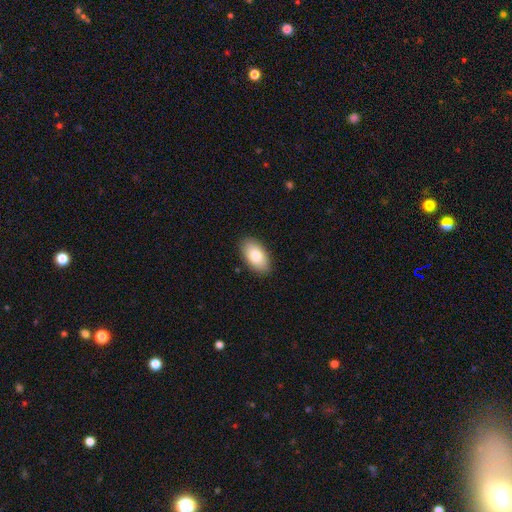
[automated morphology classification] Smooth or featured? Predicted: smooth (p=0.80). How rounded? Predicted: in between (p=0.94). Merging? Predicted: none (p=0.88).